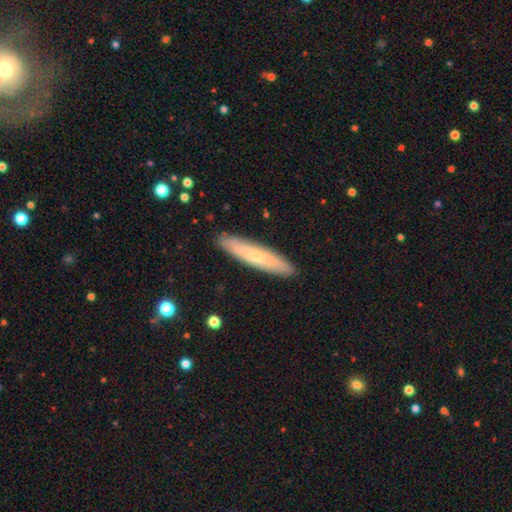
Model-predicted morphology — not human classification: Q: Smooth or featured?
A: smooth (58%); runner-up: featured or disk (36%)
Q: How rounded?
A: cigar-shaped (86%); runner-up: in between (12%)
Q: Merging?
A: none (90%); runner-up: minor disturbance (8%)